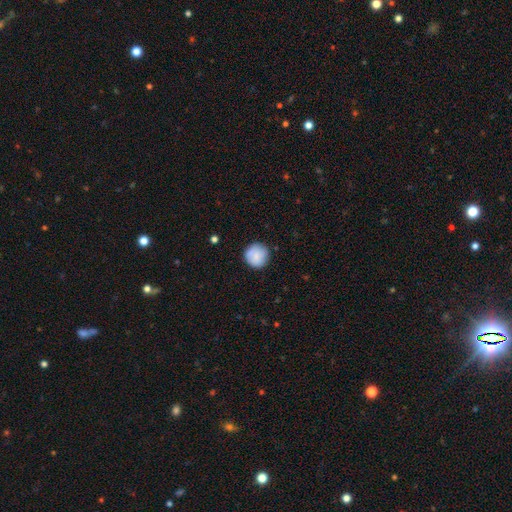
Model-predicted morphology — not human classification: Smooth or featured? smooth (83%)
How rounded? round (94%)
Merging? none (86%)